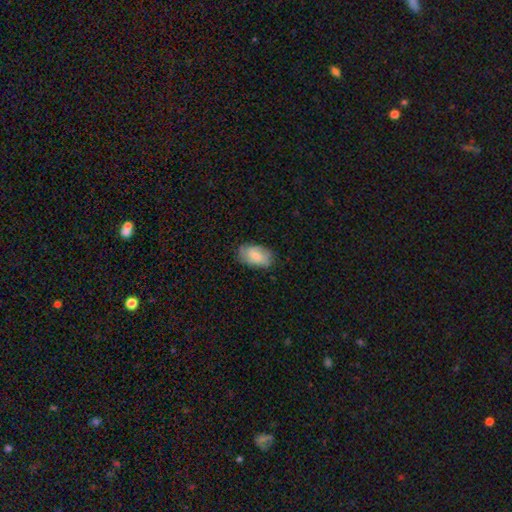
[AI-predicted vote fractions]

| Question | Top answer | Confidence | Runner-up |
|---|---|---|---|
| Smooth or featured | smooth | 60% | featured or disk (33%) |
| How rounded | in between | 92% | round (6%) |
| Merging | none | 72% | minor disturbance (22%) |